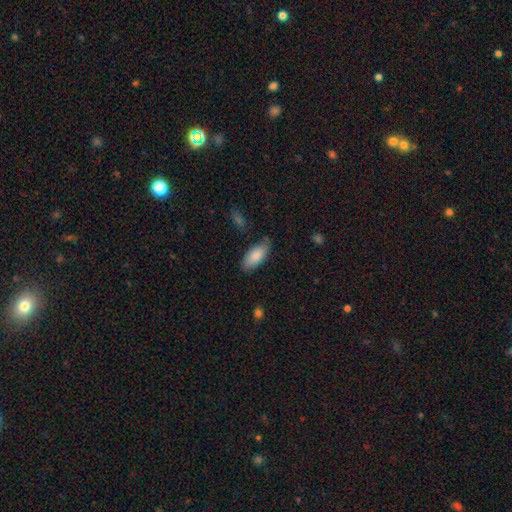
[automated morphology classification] The model was most divided on "merging": none: 78%, minor disturbance: 17%, major disturbance: 3%, merger: 2%. More confident: how rounded — in between (88%); smooth or featured — smooth (86%).